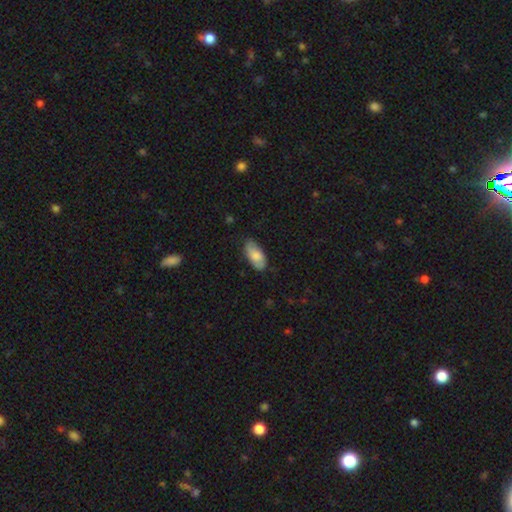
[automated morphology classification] Smooth or featured: smooth — 74% (featured or disk — 20%)
How rounded: in between — 91% (cigar-shaped — 6%)
Merging: none — 75% (minor disturbance — 20%)